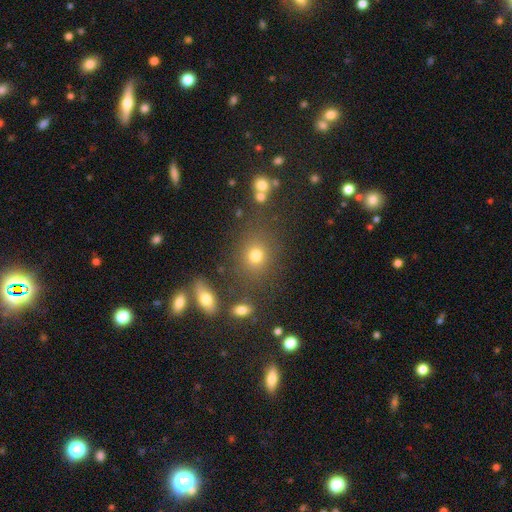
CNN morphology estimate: Smooth or featured: smooth — 75% (star or artifact — 16%)
How rounded: round — 68% (in between — 30%)
Merging: none — 76% (minor disturbance — 11%)